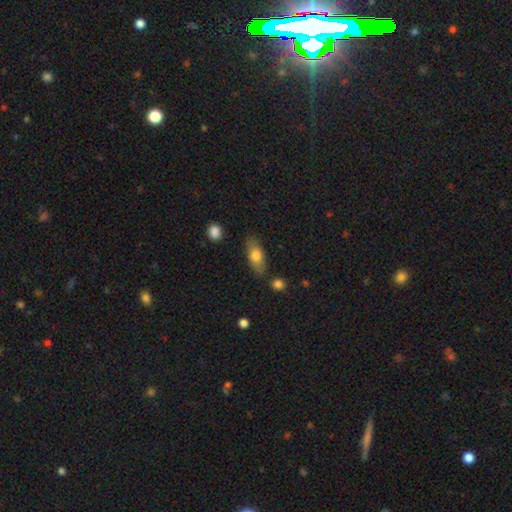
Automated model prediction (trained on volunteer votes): Morphology: type=smooth (72%); roundness=in between (82%); merging=none (78%).